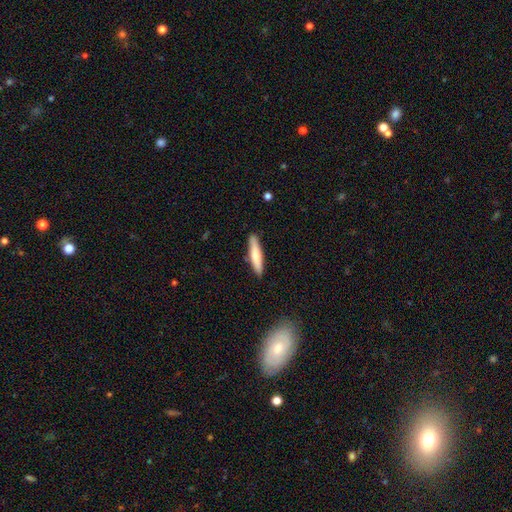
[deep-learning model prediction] Morphology: type=smooth (68%); roundness=cigar-shaped (86%); merging=none (88%).